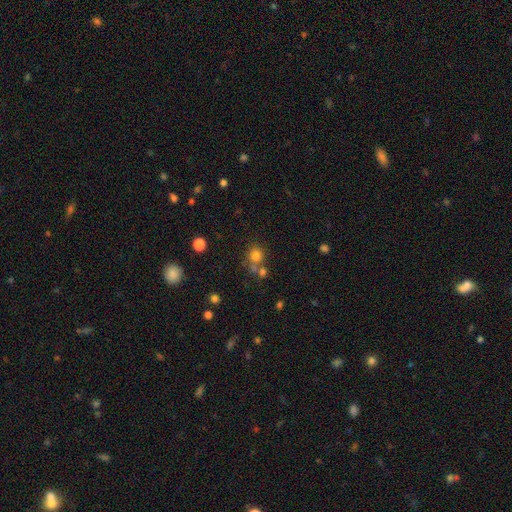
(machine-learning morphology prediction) Smooth or featured?
  - smooth: 76% *
  - star or artifact: 16%
  - featured or disk: 8%
How rounded?
  - round: 86% *
  - in between: 13%
  - cigar-shaped: 1%
Merging?
  - none: 61% *
  - merger: 26%
  - minor disturbance: 9%
  - major disturbance: 4%